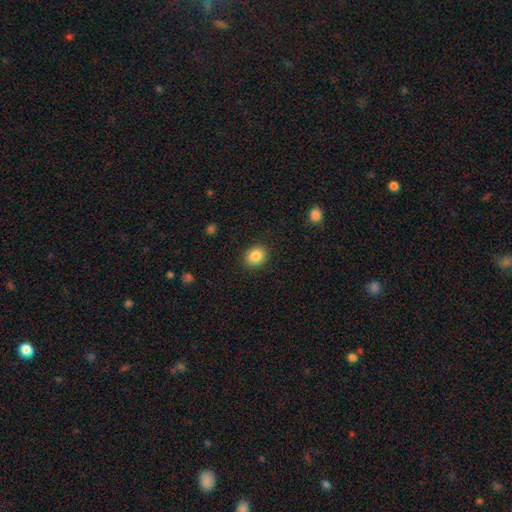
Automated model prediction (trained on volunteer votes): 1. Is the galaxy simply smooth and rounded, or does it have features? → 85% smooth, 9% star or artifact, 6% featured or disk.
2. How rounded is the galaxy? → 62% round, 37% in between, 1% cigar-shaped.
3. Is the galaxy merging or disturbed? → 89% none, 7% minor disturbance, 2% major disturbance, 1% merger.